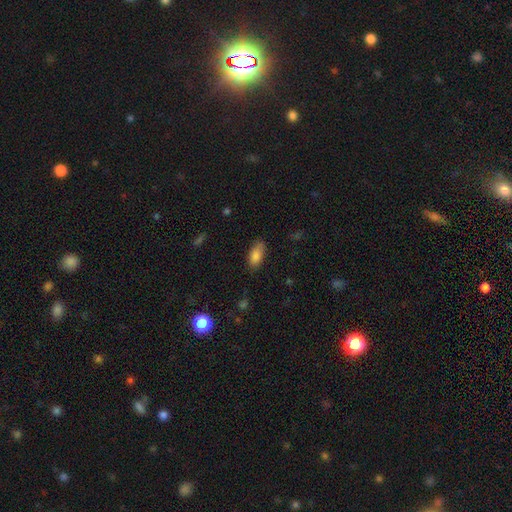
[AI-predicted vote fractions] smooth_or_featured: smooth (p=0.84) [alt: featured or disk p=0.09]
how_rounded: in between (p=0.87) [alt: cigar-shaped p=0.10]
merging: none (p=0.77) [alt: minor disturbance p=0.18]